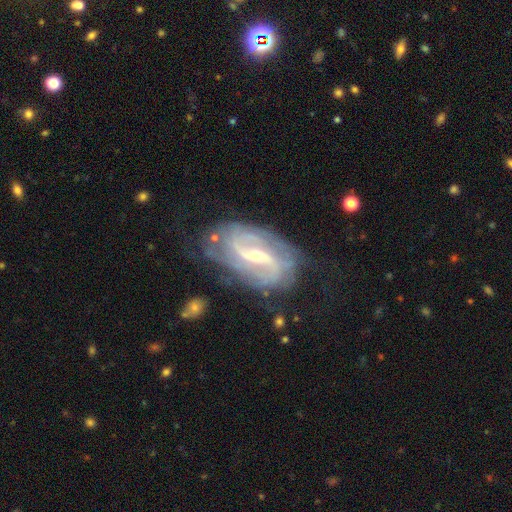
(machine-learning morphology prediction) featured or disk 88%, smooth 7%, star or artifact 6%. Down the decision tree: edge-on disk — no (96%); bar — weak (44%); spiral arms — yes (95%); spiral arm count — 2 (71%); spiral winding — medium (44%); bulge size — small (58%); merging — none (67%).